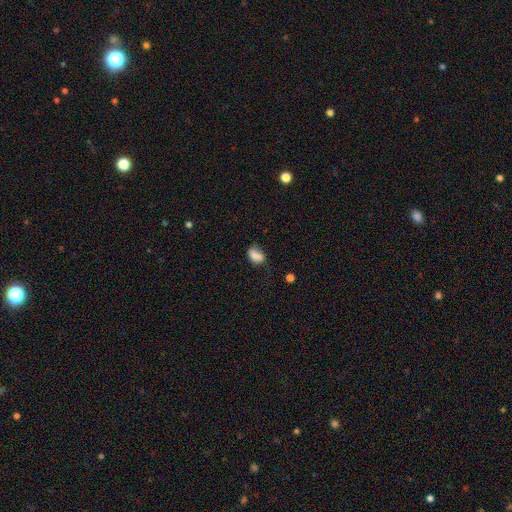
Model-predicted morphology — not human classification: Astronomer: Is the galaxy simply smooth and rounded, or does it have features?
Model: smooth — 77%.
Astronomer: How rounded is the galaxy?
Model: in between — 82%.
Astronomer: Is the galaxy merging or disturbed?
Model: none — 39% (runner-up: minor disturbance, 30%).